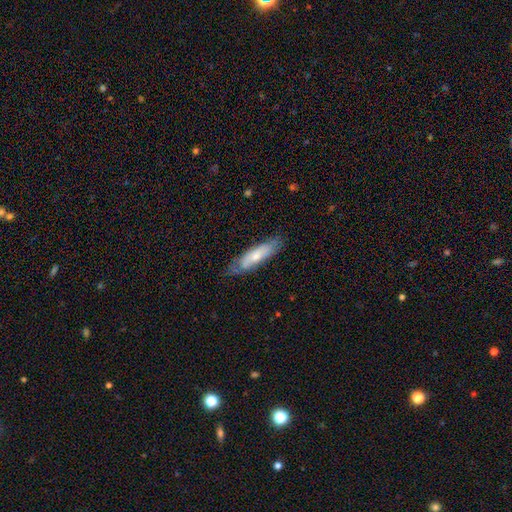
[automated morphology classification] Q: Smooth or featured?
A: smooth (61%); runner-up: featured or disk (33%)
Q: How rounded?
A: cigar-shaped (60%); runner-up: in between (38%)
Q: Merging?
A: none (67%); runner-up: minor disturbance (25%)